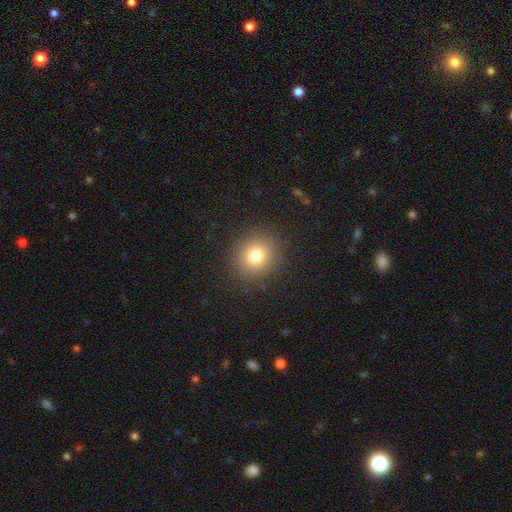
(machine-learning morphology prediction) A smooth galaxy with no disk features (78%) that is round (84%).

Vote fractions:
- Smooth or featured? smooth: 78% / star or artifact: 13% / featured or disk: 9%
- How rounded? round: 84% / in between: 15% / cigar-shaped: 1%
- Merging? none: 89% / minor disturbance: 7% / major disturbance: 3% / merger: 1%